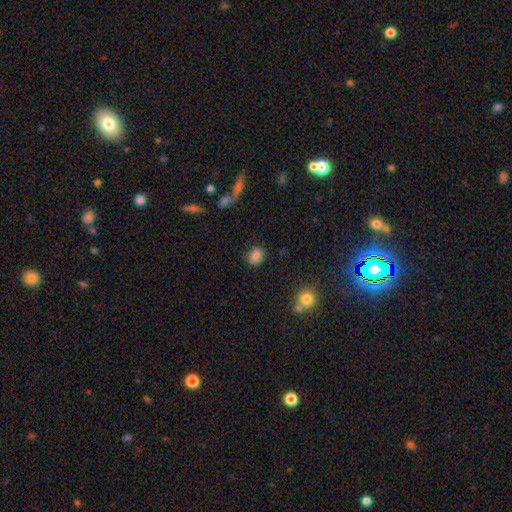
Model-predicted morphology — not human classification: Q: Smooth or featured?
A: smooth (81%); runner-up: star or artifact (11%)
Q: How rounded?
A: round (60%); runner-up: in between (39%)
Q: Merging?
A: none (83%); runner-up: minor disturbance (11%)